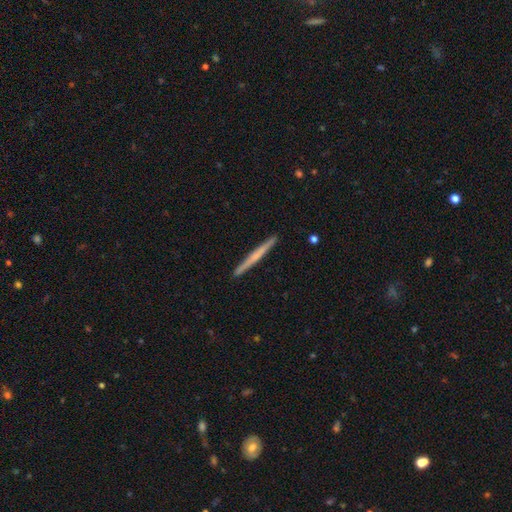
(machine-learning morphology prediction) smooth-or-featured: featured or disk: 51% | smooth: 44% | star or artifact: 5%
  disk-edge-on: yes: 98% | no: 2%
  merging: none: 93% | minor disturbance: 5% | major disturbance: 1% | merger: 1%